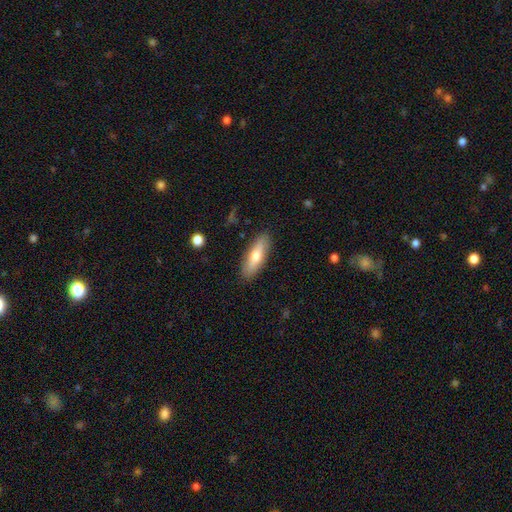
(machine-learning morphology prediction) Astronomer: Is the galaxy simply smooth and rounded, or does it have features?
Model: smooth — 65%.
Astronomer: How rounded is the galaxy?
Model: in between — 56% (runner-up: cigar-shaped, 41%).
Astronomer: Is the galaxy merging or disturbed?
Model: none — 87%.